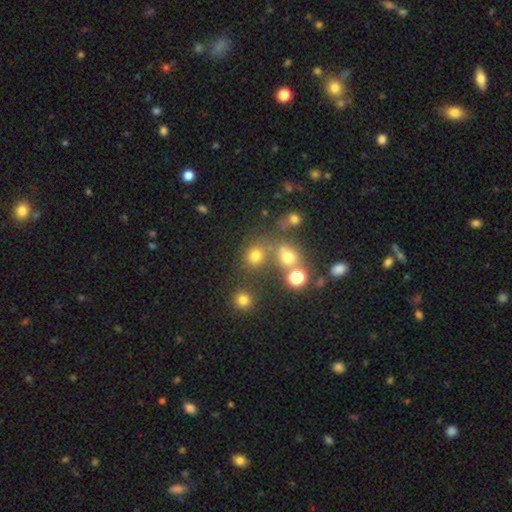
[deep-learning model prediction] Smooth or featured: smooth — 72% (star or artifact — 21%)
How rounded: round — 80% (in between — 19%)
Merging: none — 64% (merger — 21%)